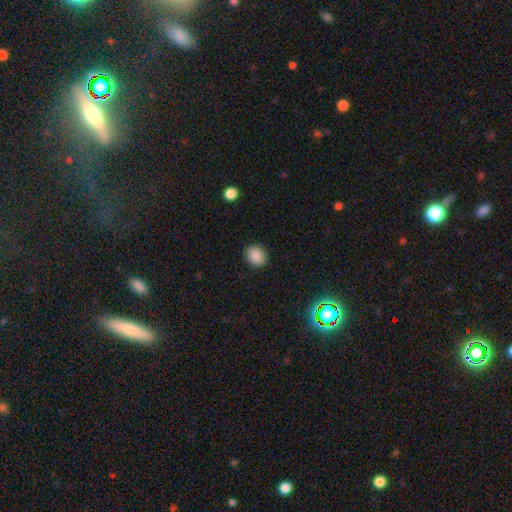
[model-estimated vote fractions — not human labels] The model was most divided on "how rounded": round: 51%, in between: 48%, cigar-shaped: 1%. More confident: smooth or featured — smooth (88%); merging — none (88%).